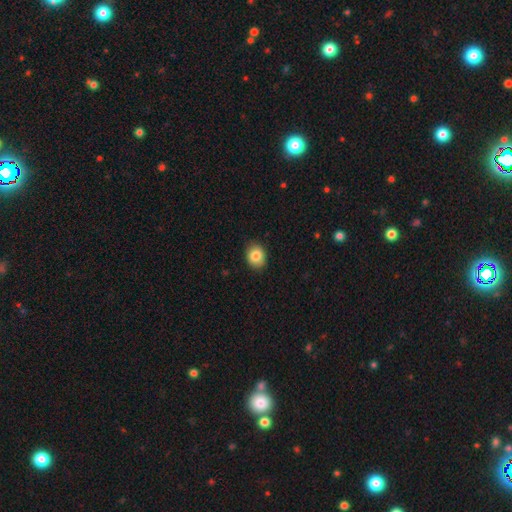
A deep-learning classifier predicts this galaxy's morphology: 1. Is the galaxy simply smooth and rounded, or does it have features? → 84% smooth, 9% star or artifact, 7% featured or disk.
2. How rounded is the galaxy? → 54% round, 45% in between, 1% cigar-shaped.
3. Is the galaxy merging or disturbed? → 87% none, 10% minor disturbance, 2% major disturbance, 1% merger.